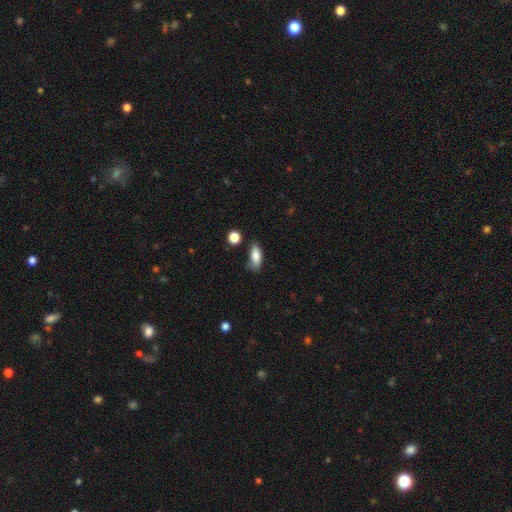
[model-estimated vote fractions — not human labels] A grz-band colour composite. It shows a smooth galaxy with no disk features (85%) that is in between round and cigar-shaped (80%). Merging: none (67%).